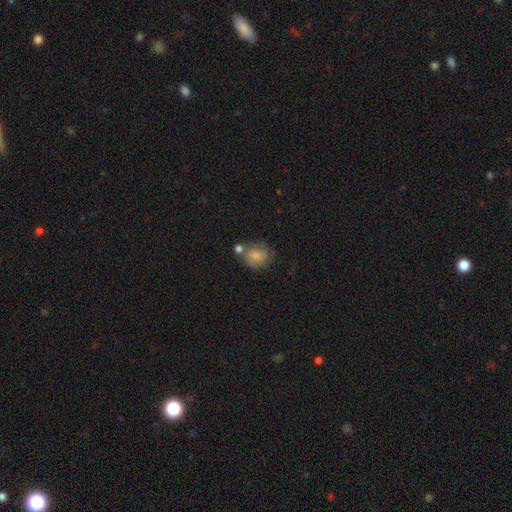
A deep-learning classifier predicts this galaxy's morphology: Overall: smooth (76%). How rounded: round (74%). Merging: none (50%; merger 23%).